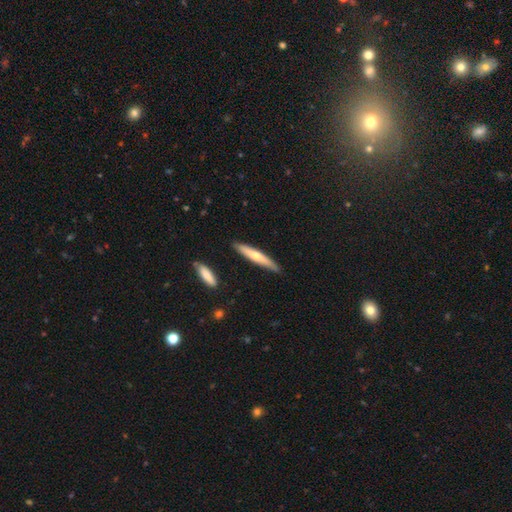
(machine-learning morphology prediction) A smooth galaxy with no disk features (52%) that is cigar-shaped (91%).

Vote fractions:
- Smooth or featured? smooth: 52% / featured or disk: 43% / star or artifact: 5%
- How rounded? cigar-shaped: 91% / in between: 7% / round: 1%
- Merging? none: 86% / minor disturbance: 10% / merger: 2% / major disturbance: 2%